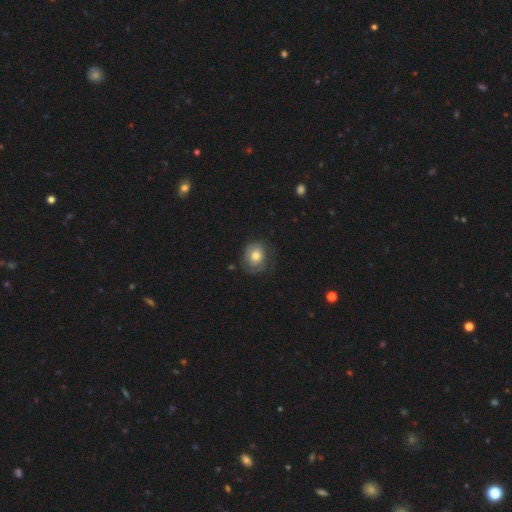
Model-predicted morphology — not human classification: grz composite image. It shows a smooth galaxy with no disk features (58%) that is round (67%). Merging: none (63%).